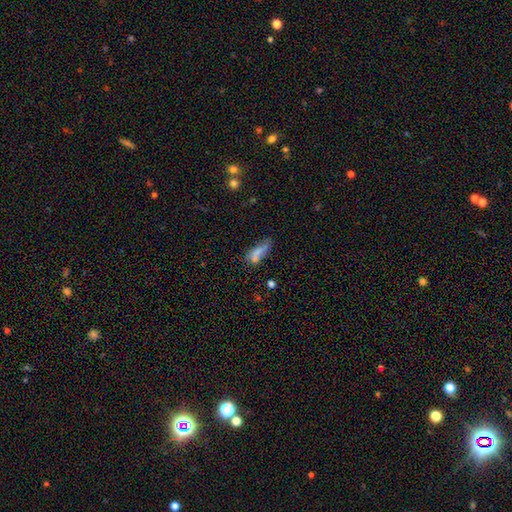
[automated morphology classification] Smooth or featured: smooth — 68% (featured or disk — 19%)
How rounded: in between — 53% (cigar-shaped — 44%)
Merging: none — 40% (minor disturbance — 30%)